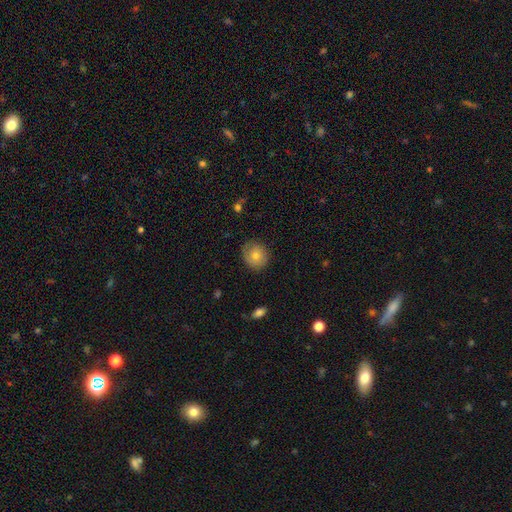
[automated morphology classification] Smooth or featured?
  - smooth: 74% *
  - featured or disk: 18%
  - star or artifact: 8%
How rounded?
  - round: 82% *
  - in between: 17%
  - cigar-shaped: 1%
Merging?
  - none: 80% *
  - minor disturbance: 16%
  - major disturbance: 4%
  - merger: 1%